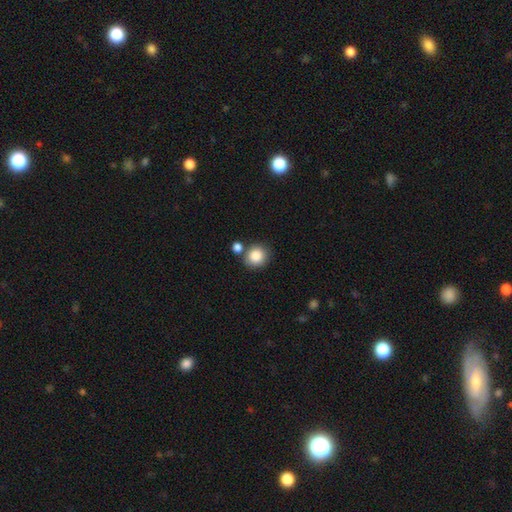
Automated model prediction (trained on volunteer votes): smooth_or_featured: smooth (p=0.86) [alt: star or artifact p=0.09]
how_rounded: round (p=0.84) [alt: in between p=0.15]
merging: none (p=0.70) [alt: merger p=0.16]